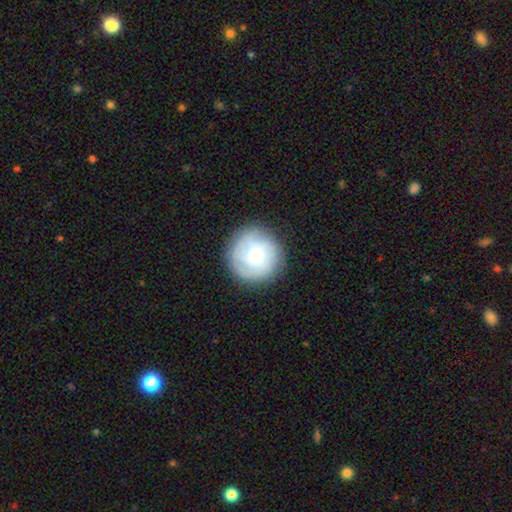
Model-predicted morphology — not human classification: Q: Smooth or featured?
A: smooth (53%); runner-up: featured or disk (39%)
Q: How rounded?
A: round (95%); runner-up: in between (4%)
Q: Merging?
A: none (84%); runner-up: minor disturbance (11%)